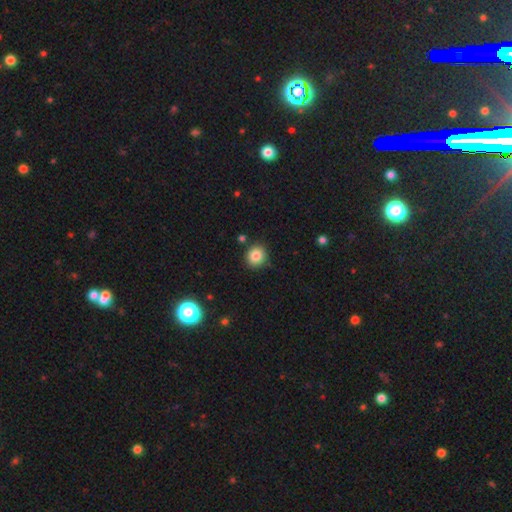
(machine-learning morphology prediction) Smooth or featured?
  - smooth: 84% *
  - star or artifact: 10%
  - featured or disk: 6%
How rounded?
  - round: 85% *
  - in between: 14%
  - cigar-shaped: 1%
Merging?
  - none: 86% *
  - minor disturbance: 9%
  - merger: 3%
  - major disturbance: 2%